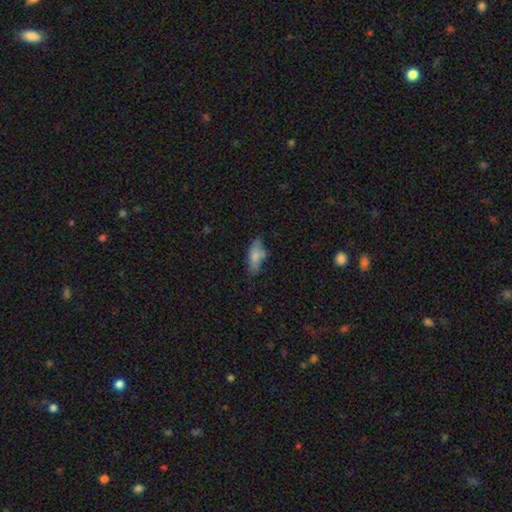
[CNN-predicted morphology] A smooth galaxy with no disk features (76%) that is in between round and cigar-shaped (77%). Merging: none (59%).